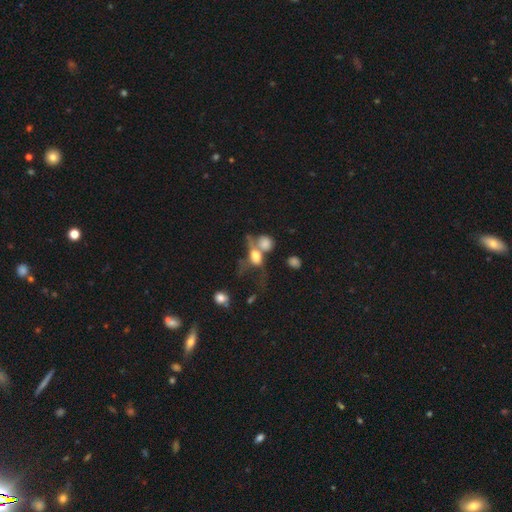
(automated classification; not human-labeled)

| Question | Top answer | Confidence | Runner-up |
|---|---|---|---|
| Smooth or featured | smooth | 56% | featured or disk (31%) |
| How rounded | in between | 55% | round (38%) |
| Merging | merger | 55% | major disturbance (19%) |